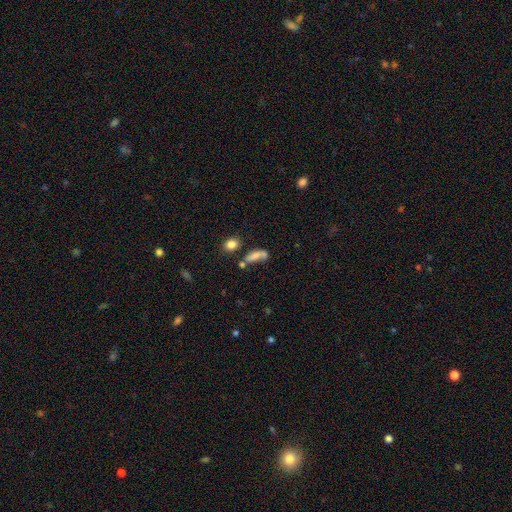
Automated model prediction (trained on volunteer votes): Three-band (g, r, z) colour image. It shows a smooth galaxy with no disk features (60%) that is in between round and cigar-shaped (65%). Merging: none (36%).